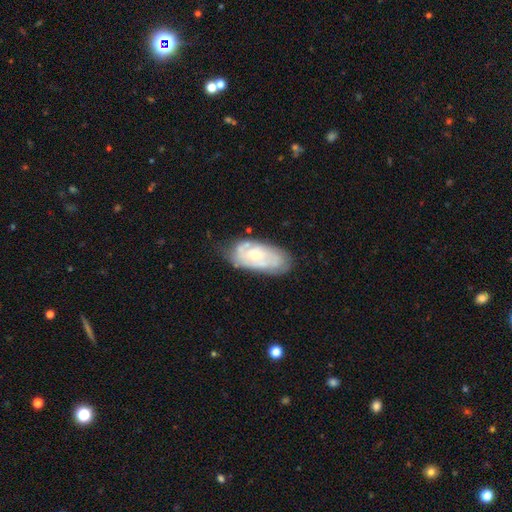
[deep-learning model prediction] Smooth or featured: featured or disk — 69% (smooth — 25%)
Edge-on disk: no — 94% (yes — 6%)
Bar: no — 77% (weak — 20%)
Spiral arms: yes — 77% (no — 23%)
Bulge size: small — 51% (moderate — 44%)
Merging: none — 63% (minor disturbance — 26%)